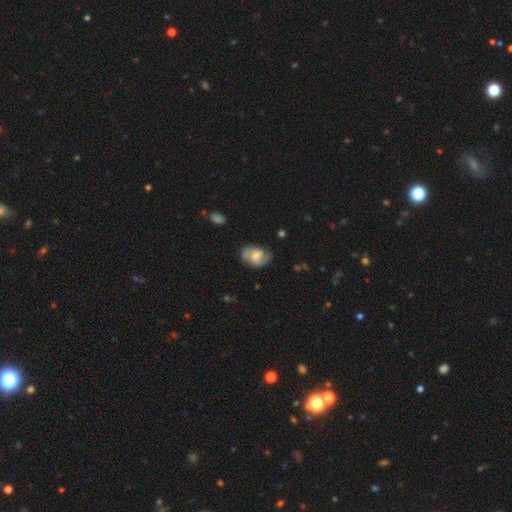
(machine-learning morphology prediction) Q: Smooth or featured?
A: featured or disk (67%); runner-up: smooth (27%)
Q: Edge-on disk?
A: no (97%); runner-up: yes (3%)
Q: Bar?
A: no (52%); runner-up: weak (40%)
Q: Spiral arms?
A: yes (91%); runner-up: no (9%)
Q: Spiral winding?
A: medium (48%); runner-up: tight (29%)
Q: Spiral arm count?
A: 2 (85%); runner-up: can't tell (8%)
Q: Bulge size?
A: moderate (52%); runner-up: small (33%)
Q: Merging?
A: none (73%); runner-up: minor disturbance (19%)